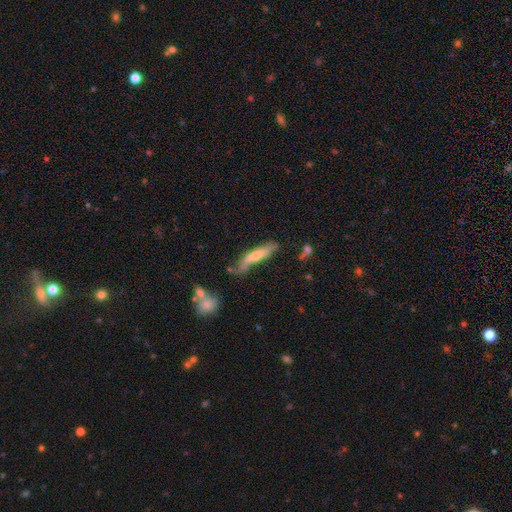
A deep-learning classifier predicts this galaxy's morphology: type=smooth (62%); roundness=cigar-shaped (86%); merging=none (50%).